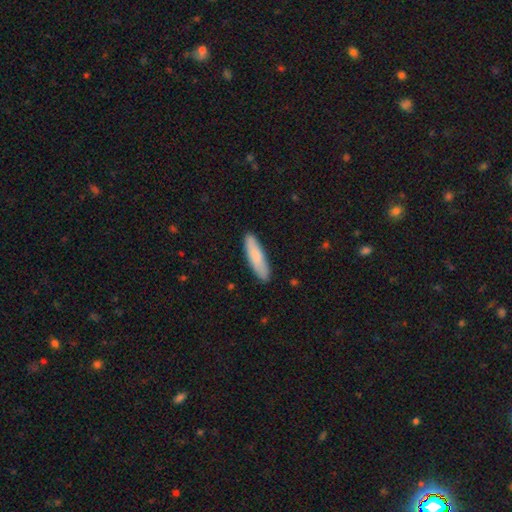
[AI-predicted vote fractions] The model was most divided on "how rounded": cigar-shaped: 74%, in between: 25%, round: 1%. More confident: merging — none (89%); smooth or featured — smooth (81%).